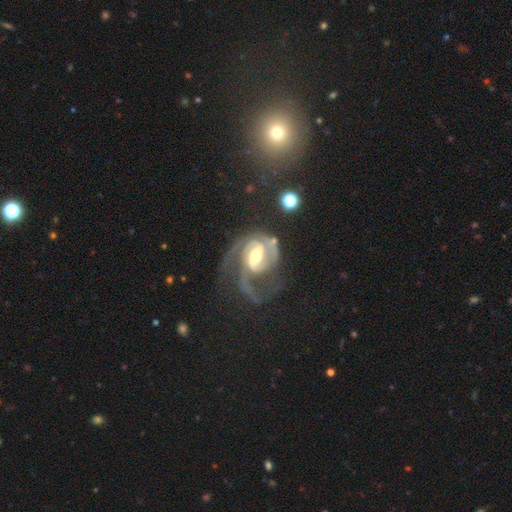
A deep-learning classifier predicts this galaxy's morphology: featured or disk 88%, smooth 6%, star or artifact 6%. Down the decision tree: edge-on disk — no (97%); bar — weak (44%); spiral arms — yes (96%); spiral arm count — 2 (54%); spiral winding — medium (48%); bulge size — moderate (60%); merging — major disturbance (43%).